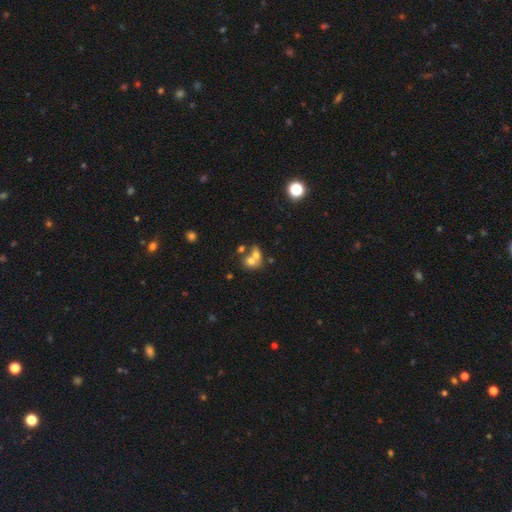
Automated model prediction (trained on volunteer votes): Smooth or featured: smooth — 66% (featured or disk — 22%)
How rounded: round — 56% (in between — 42%)
Merging: merger — 63% (none — 26%)